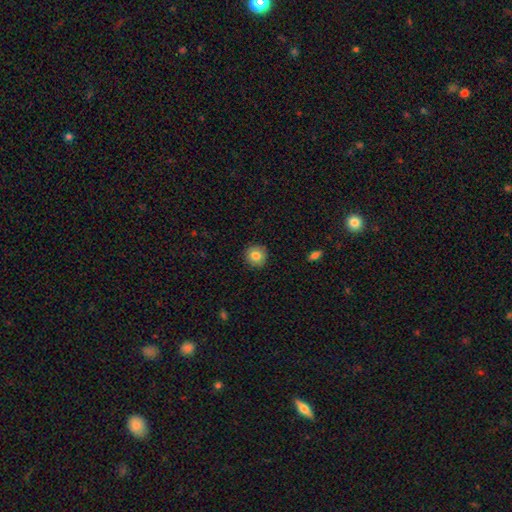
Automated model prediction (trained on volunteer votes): This appears to be a smooth galaxy with no disk features (82%) that is round (91%). Merging: none (90%).